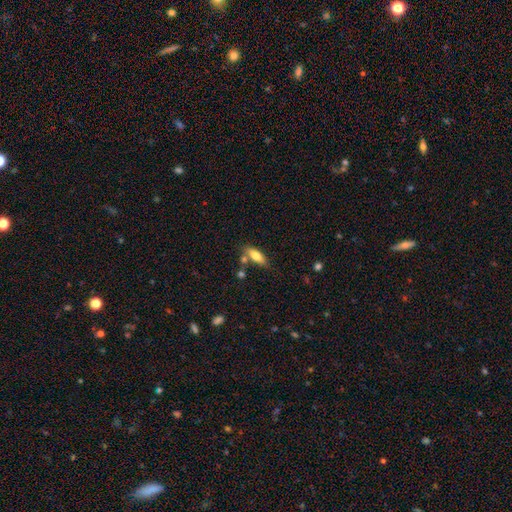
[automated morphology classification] Q: Smooth or featured?
A: smooth (71%); runner-up: featured or disk (22%)
Q: How rounded?
A: in between (62%); runner-up: cigar-shaped (35%)
Q: Merging?
A: none (66%); runner-up: minor disturbance (16%)